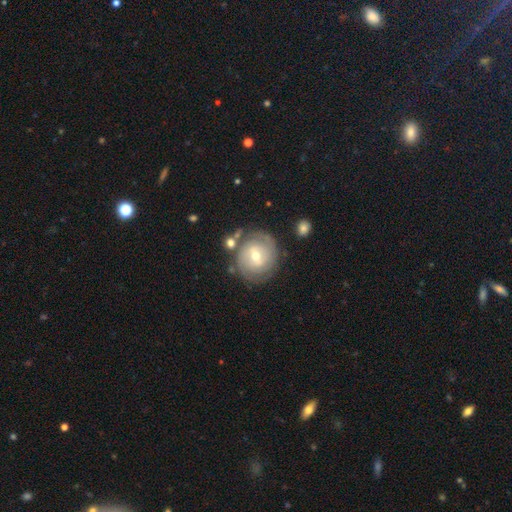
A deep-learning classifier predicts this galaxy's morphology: Q: Smooth or featured?
A: featured or disk (68%); runner-up: smooth (25%)
Q: Edge-on disk?
A: no (97%); runner-up: yes (3%)
Q: Bar?
A: weak (55%); runner-up: no (29%)
Q: Spiral arms?
A: yes (83%); runner-up: no (17%)
Q: Spiral winding?
A: tight (67%); runner-up: medium (25%)
Q: Spiral arm count?
A: 2 (49%); runner-up: can't tell (33%)
Q: Bulge size?
A: moderate (58%); runner-up: small (37%)
Q: Merging?
A: none (74%); runner-up: minor disturbance (14%)